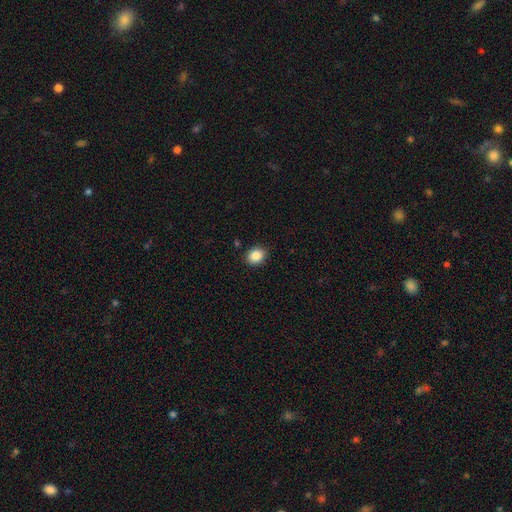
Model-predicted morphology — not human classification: smooth 87%, star or artifact 9%, featured or disk 4%. Down the decision tree: how rounded — round (53%); merging — none (89%).